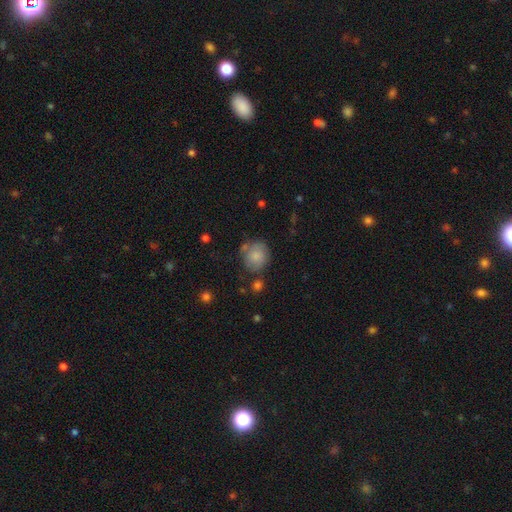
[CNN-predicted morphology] This appears to be a smooth galaxy with no disk features (80%) that is round (80%). Merging: none (64%).